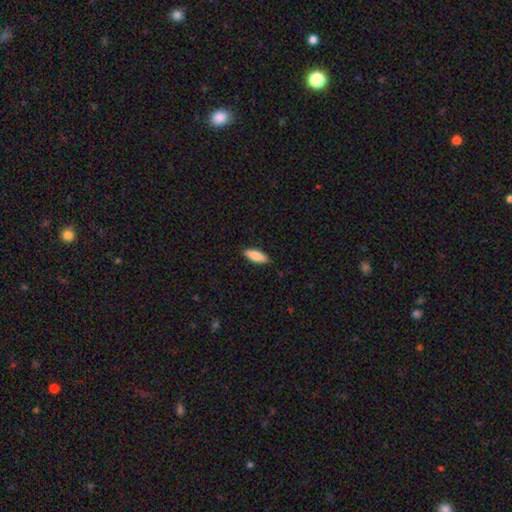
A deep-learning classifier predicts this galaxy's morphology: smooth 86%, featured or disk 9%, star or artifact 6%. Down the decision tree: how rounded — in between (63%); merging — none (88%).